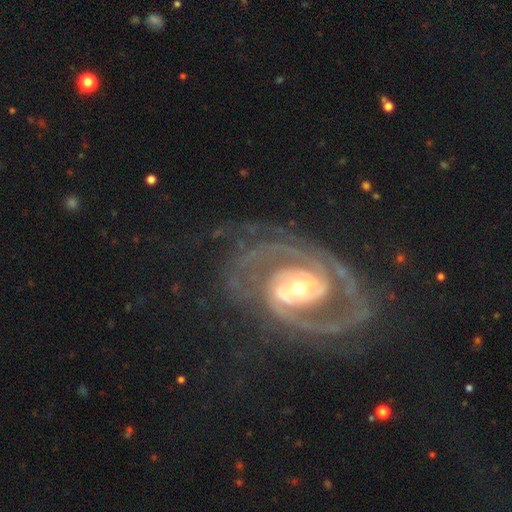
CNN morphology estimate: This appears to be a featured or disk galaxy (90%) with no bar (48%), 2 (65%) tight (52%) spiral arms (96%) and a moderate central bulge (52%). Merging: none (65%).